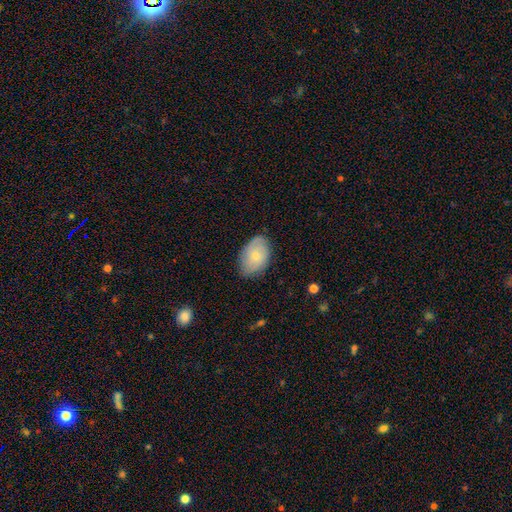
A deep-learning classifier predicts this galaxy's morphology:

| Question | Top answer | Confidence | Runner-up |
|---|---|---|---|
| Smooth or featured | smooth | 66% | featured or disk (27%) |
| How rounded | in between | 86% | round (12%) |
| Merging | none | 76% | minor disturbance (19%) |